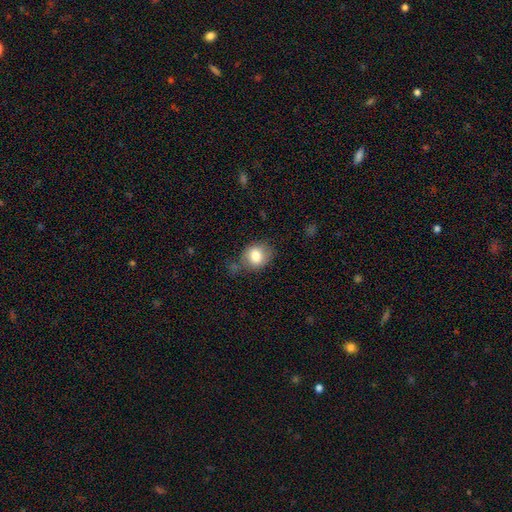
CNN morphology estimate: smooth_or_featured: smooth (p=0.79) [alt: featured or disk p=0.12]
how_rounded: round (p=0.59) [alt: in between p=0.40]
merging: none (p=0.67) [alt: minor disturbance p=0.21]